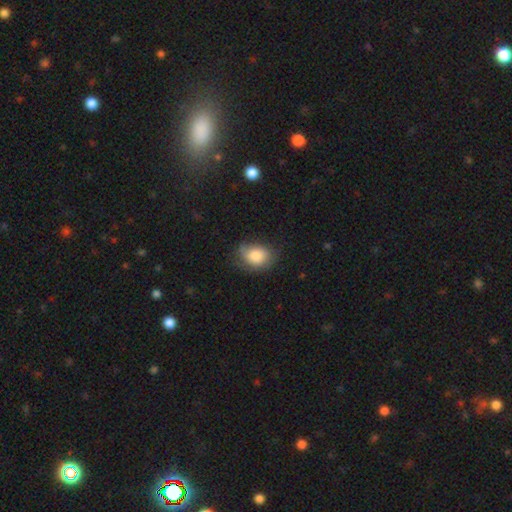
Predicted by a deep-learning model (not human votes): The model was most divided on "how rounded": in between: 59%, round: 40%, cigar-shaped: 1%. More confident: smooth or featured — smooth (75%); merging — none (55%).